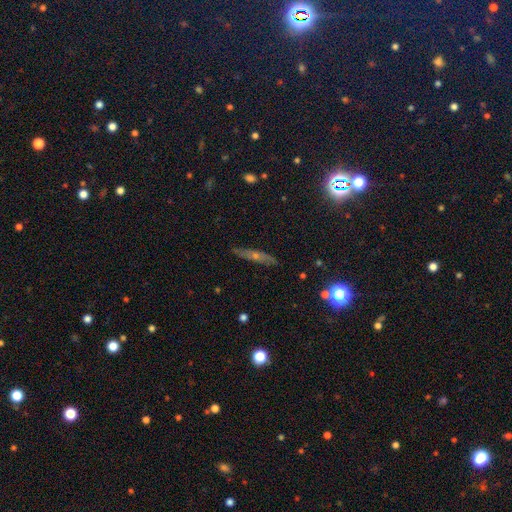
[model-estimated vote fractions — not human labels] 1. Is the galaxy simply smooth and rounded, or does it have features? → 53% featured or disk, 30% smooth, 17% star or artifact.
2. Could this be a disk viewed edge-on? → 80% yes, 20% no.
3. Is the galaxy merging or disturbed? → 85% none, 11% minor disturbance, 3% major disturbance, 1% merger.